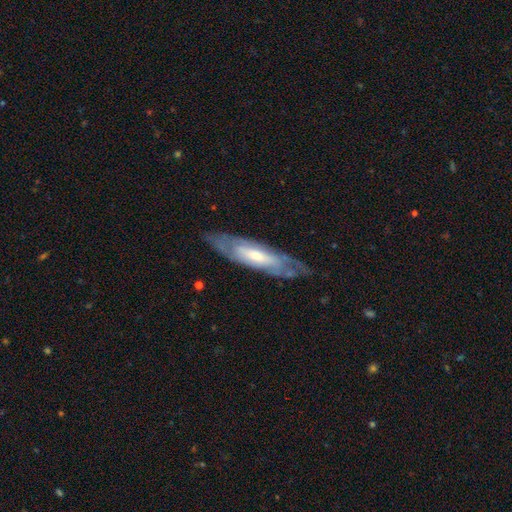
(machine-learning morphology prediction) This is likely a featured or disk galaxy (68%). It is likely not viewed edge-on (63%). Merging: likely none (72%).